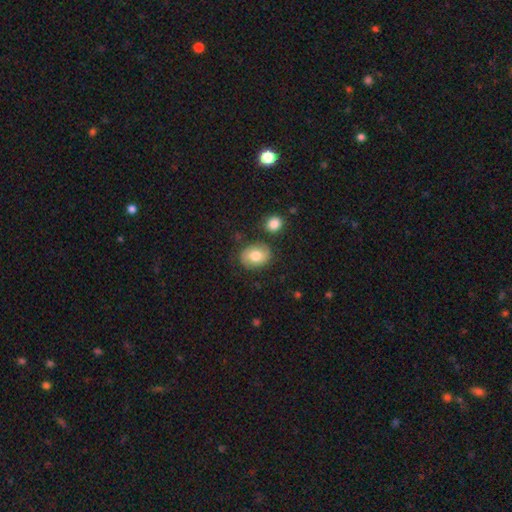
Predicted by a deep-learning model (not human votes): Q: Smooth or featured?
A: smooth (77%); runner-up: featured or disk (15%)
Q: How rounded?
A: in between (60%); runner-up: round (39%)
Q: Merging?
A: none (80%); runner-up: minor disturbance (12%)